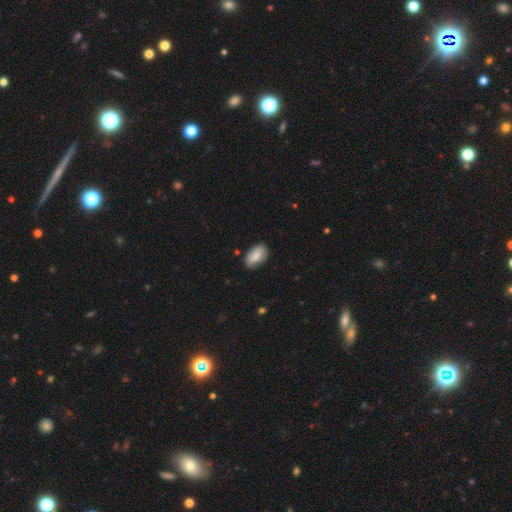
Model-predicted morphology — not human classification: Q: Smooth or featured?
A: smooth (84%); runner-up: featured or disk (10%)
Q: How rounded?
A: in between (94%); runner-up: round (4%)
Q: Merging?
A: none (82%); runner-up: minor disturbance (15%)